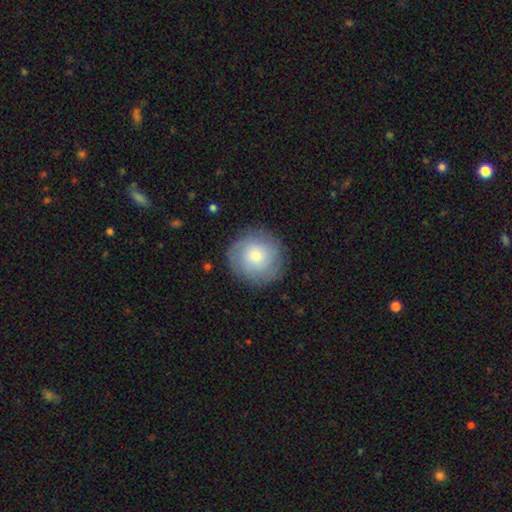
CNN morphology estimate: Overall: smooth (64%; featured or disk 28%). How rounded: round (93%). Merging: none (86%).